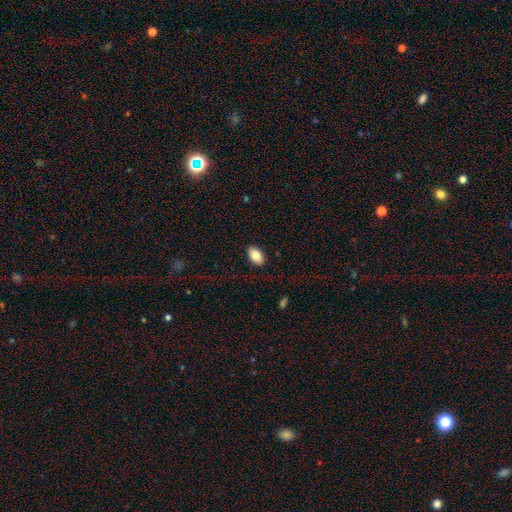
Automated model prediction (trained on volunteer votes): The model was most divided on "smooth or featured": smooth: 84%, featured or disk: 9%, star or artifact: 7%. More confident: how rounded — in between (92%); merging — none (89%).